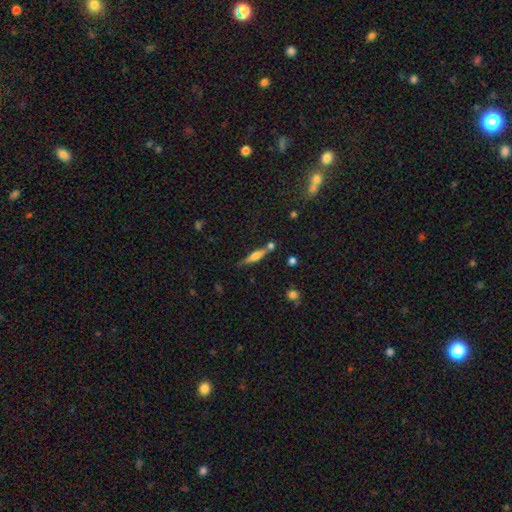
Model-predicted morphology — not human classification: Overall: featured or disk (54%; smooth 38%). Edge-on disk: yes (95%). Edge-on bulge: rounded (76%). Merging: none (72%).